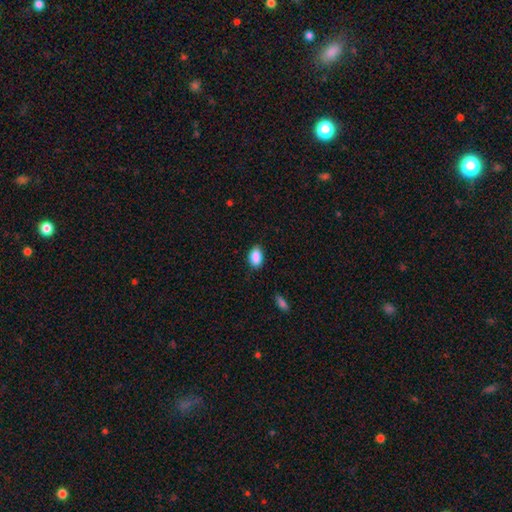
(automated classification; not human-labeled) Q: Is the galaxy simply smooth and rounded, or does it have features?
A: smooth — 89%.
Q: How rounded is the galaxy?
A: in between — 90%.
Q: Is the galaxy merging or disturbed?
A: none — 83%.